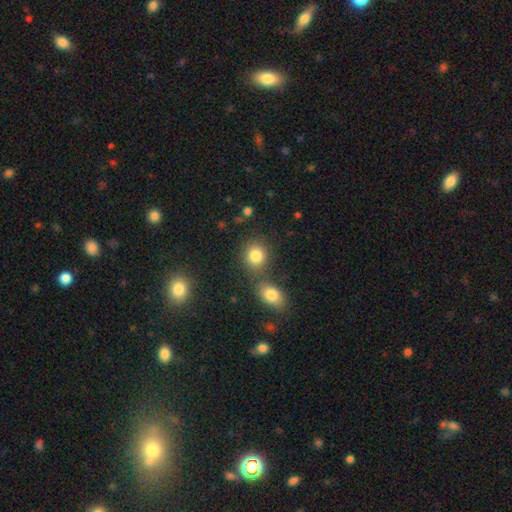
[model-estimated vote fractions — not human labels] smooth-or-featured: smooth: 83% | star or artifact: 10% | featured or disk: 7%
  how-rounded: round: 72% | in between: 27% | cigar-shaped: 1%
  merging: none: 62% | merger: 23% | minor disturbance: 10% | major disturbance: 4%